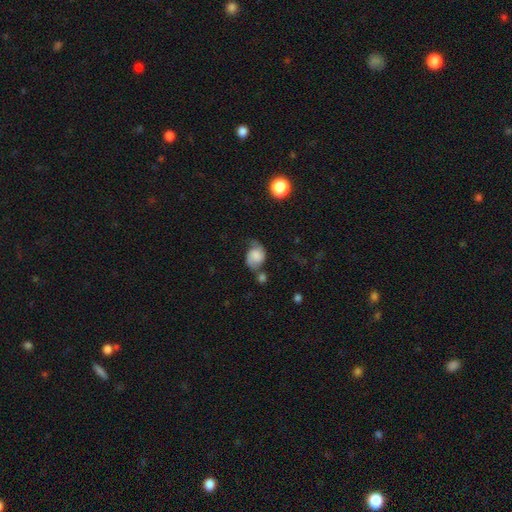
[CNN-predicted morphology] Smooth or featured?
  - featured or disk: 49% *
  - smooth: 41%
  - star or artifact: 9%
Merging?
  - none: 43% *
  - minor disturbance: 28%
  - major disturbance: 16%
  - merger: 13%